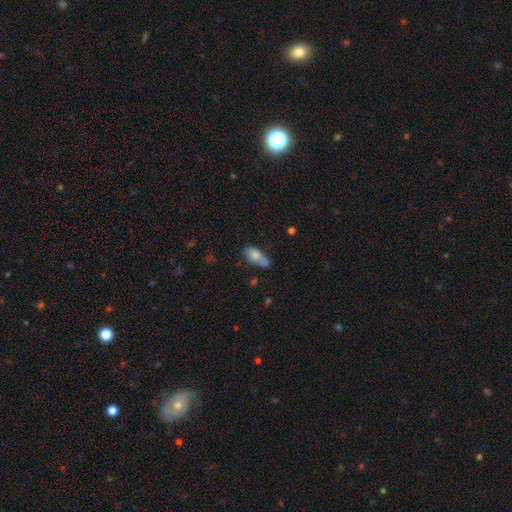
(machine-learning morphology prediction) smooth 75%, featured or disk 17%, star or artifact 8%. Down the decision tree: how rounded — in between (86%); merging — none (49%).